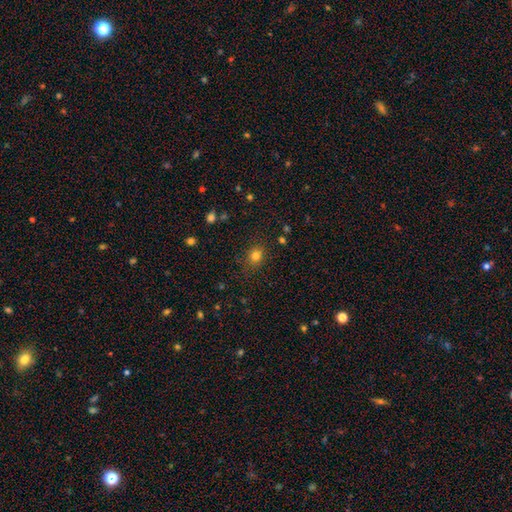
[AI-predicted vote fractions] smooth 80%, star or artifact 15%, featured or disk 6%. Down the decision tree: how rounded — round (68%); merging — none (82%).